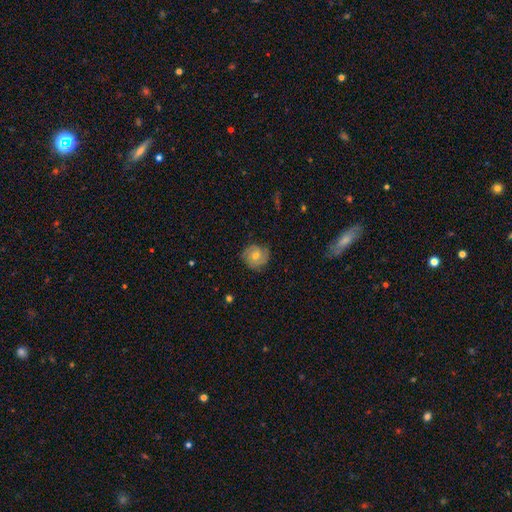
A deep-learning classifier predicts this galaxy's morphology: A featured or disk galaxy (53%) with no bar (76%), spiral arms (84%) and a moderate central bulge (58%).

Vote fractions:
- Smooth or featured? featured or disk: 53% / smooth: 39% / star or artifact: 9%
- Edge-on disk? no: 97% / yes: 3%
- Bar? no: 76% / weak: 20% / strong: 4%
- Spiral arms? yes: 84% / no: 16%
- Bulge size? moderate: 58% / small: 37% / large: 2% / none: 1% / dominant: 1%
- Merging? none: 78% / minor disturbance: 16% / major disturbance: 4% / merger: 1%